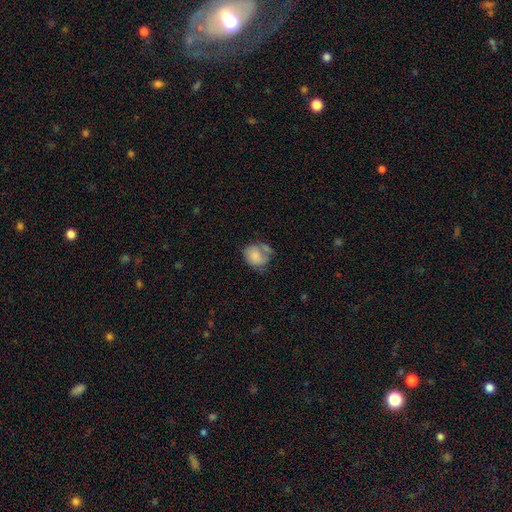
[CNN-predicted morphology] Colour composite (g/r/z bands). It shows a smooth galaxy with no disk features (69%) that is round (51%). Merging: none (34%).